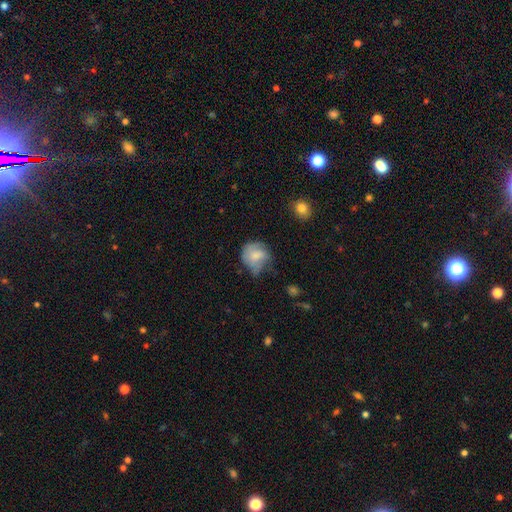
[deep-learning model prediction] Smooth or featured: smooth — 64% (featured or disk — 28%)
How rounded: round — 67% (in between — 32%)
Merging: none — 39% (minor disturbance — 37%)